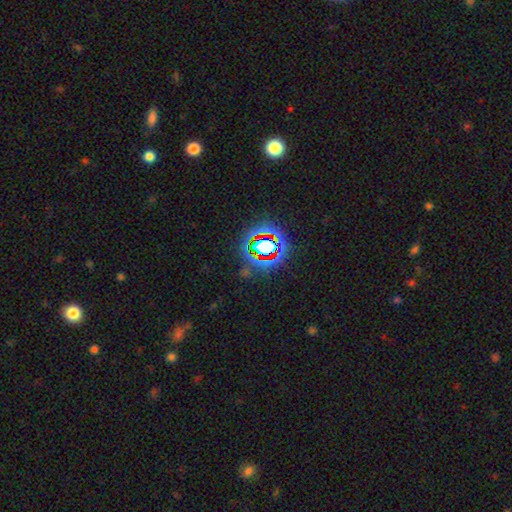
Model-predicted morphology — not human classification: This appears to be a star or artifact, not a galaxy (71%).